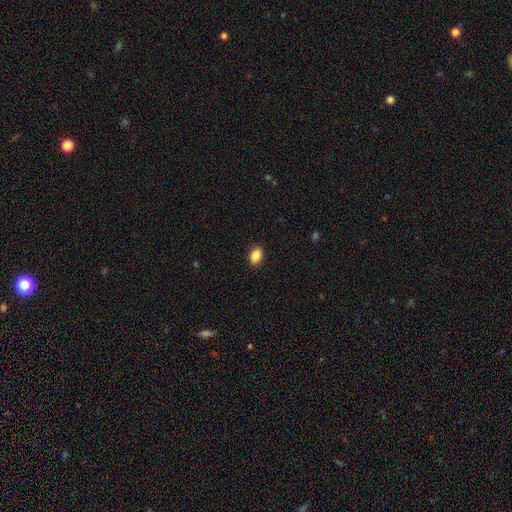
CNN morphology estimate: The model was most divided on "how rounded": in between: 83%, round: 15%, cigar-shaped: 1%. More confident: merging — none (90%); smooth or featured — smooth (88%).